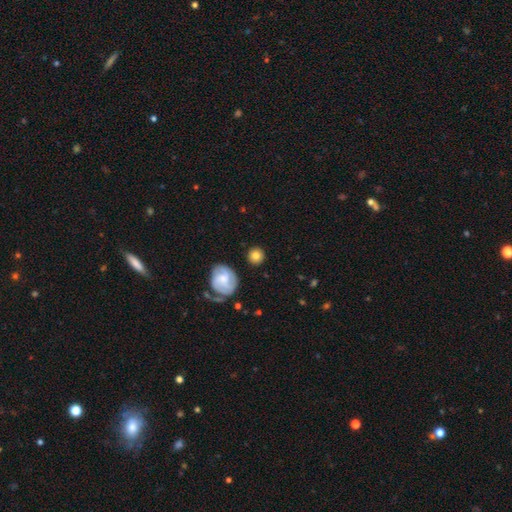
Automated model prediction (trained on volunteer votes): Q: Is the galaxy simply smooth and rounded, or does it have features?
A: smooth — 73%.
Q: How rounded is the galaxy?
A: round — 90%.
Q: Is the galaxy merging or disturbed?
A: none — 85%.